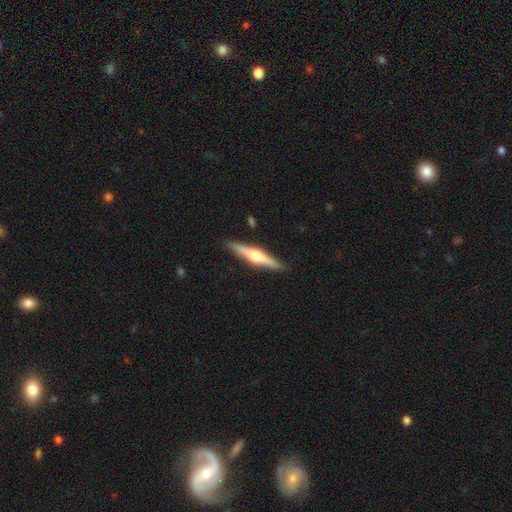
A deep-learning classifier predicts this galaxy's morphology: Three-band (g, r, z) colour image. It shows a featured or disk galaxy (66%) viewed edge-on (98%) with a rounded central bulge (87%). Merging: none (90%).